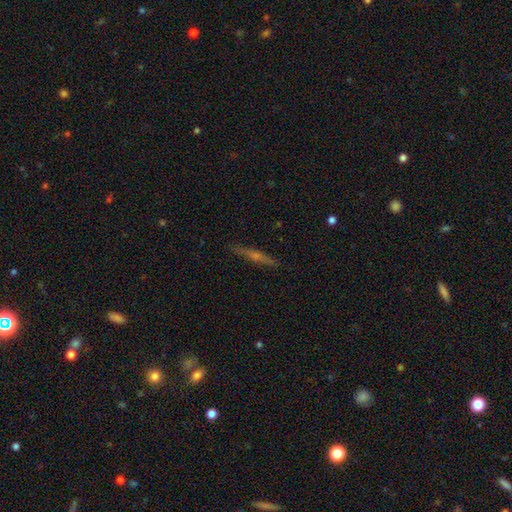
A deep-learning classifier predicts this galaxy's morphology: A featured or disk galaxy (69%) viewed edge-on (96%) with a rounded central bulge (78%). Merging: none (90%).